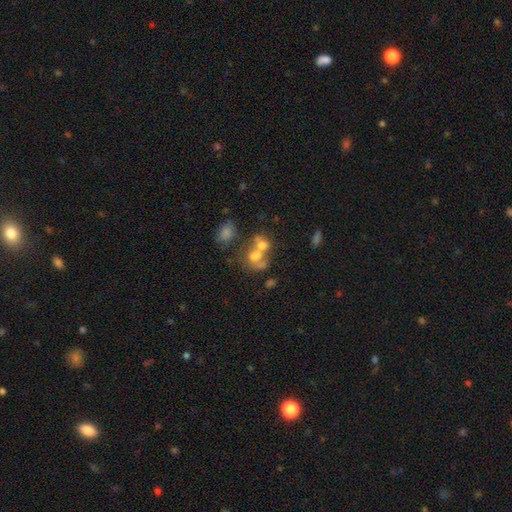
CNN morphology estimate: Smooth or featured? Predicted: smooth (p=0.53). How rounded? Predicted: in between (p=0.55). Merging? Predicted: merger (p=0.58).